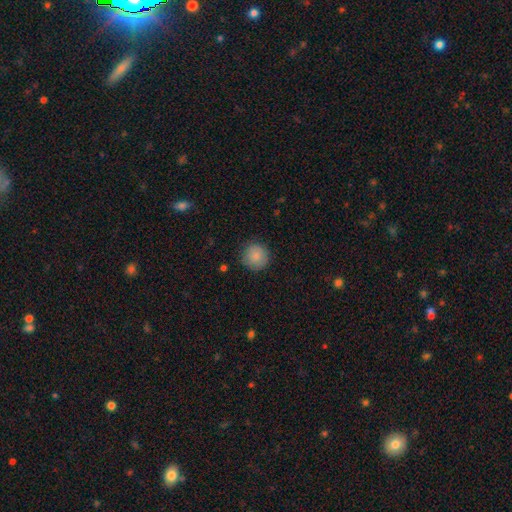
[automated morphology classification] smooth-or-featured: smooth: 87% | star or artifact: 8% | featured or disk: 5%
  how-rounded: round: 94% | in between: 6% | cigar-shaped: 1%
  merging: none: 87% | minor disturbance: 10% | major disturbance: 3% | merger: 1%